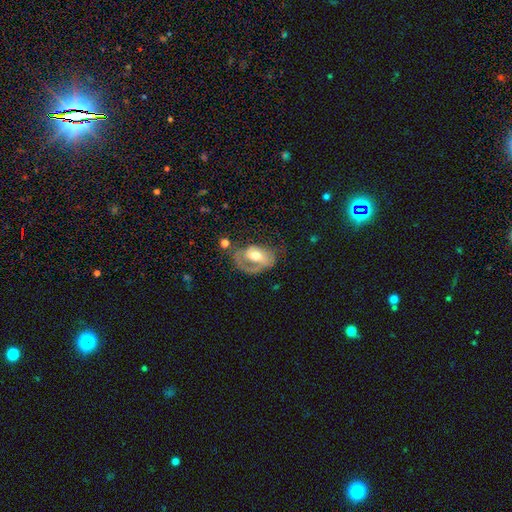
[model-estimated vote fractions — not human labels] featured or disk 64%, smooth 30%, star or artifact 7%. Down the decision tree: edge-on disk — no (95%); bar — no (54%); spiral arms — yes (70%); bulge size — moderate (68%); merging — major disturbance (36%, tied with none).